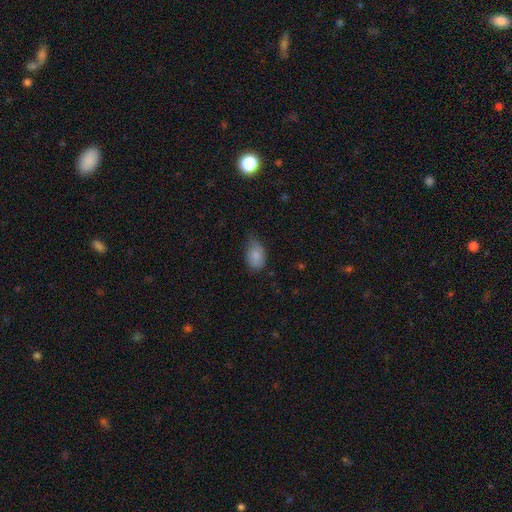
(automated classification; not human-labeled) smooth_or_featured: smooth (p=0.86) [alt: star or artifact p=0.08]
how_rounded: in between (p=0.89) [alt: round p=0.10]
merging: none (p=0.55) [alt: minor disturbance p=0.36]